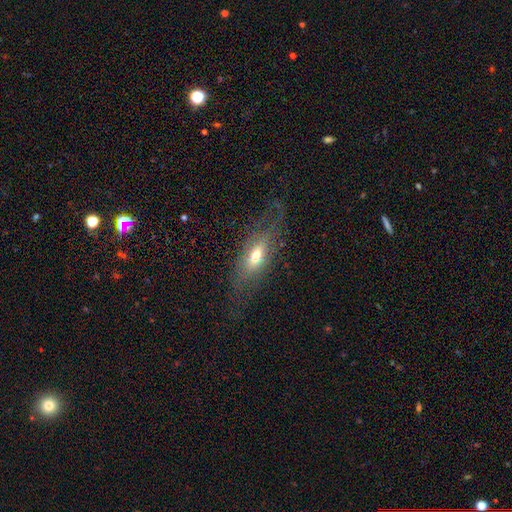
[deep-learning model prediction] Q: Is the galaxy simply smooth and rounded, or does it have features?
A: smooth — 48%.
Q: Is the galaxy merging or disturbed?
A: none — 53%.